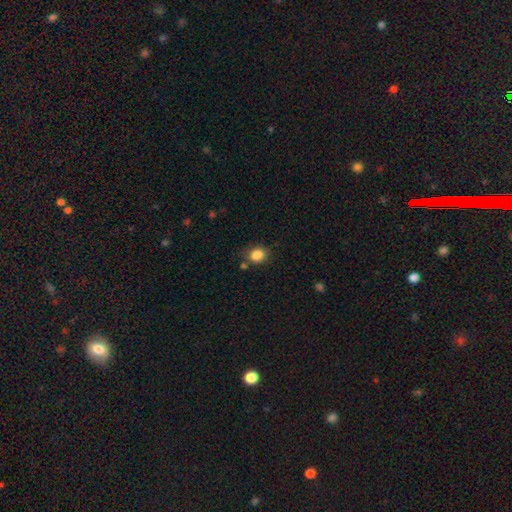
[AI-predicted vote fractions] A smooth galaxy with no disk features (85%) that is round (56%).

Vote fractions:
- Smooth or featured? smooth: 85% / star or artifact: 10% / featured or disk: 5%
- How rounded? round: 56% / in between: 44% / cigar-shaped: 1%
- Merging? none: 72% / minor disturbance: 17% / merger: 6% / major disturbance: 5%